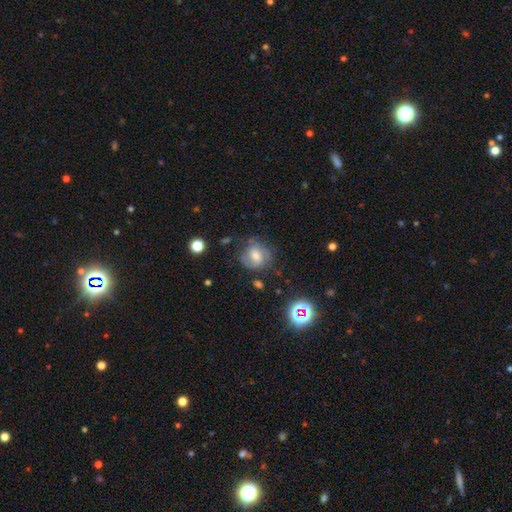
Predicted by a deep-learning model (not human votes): Smooth or featured? Predicted: featured or disk (p=0.62). Edge-on disk? Predicted: no (p=0.97). Bar? Predicted: no (p=0.48). Spiral arms? Predicted: yes (p=0.86). Spiral winding? Predicted: tight (p=0.46). Spiral arm count? Predicted: 2 (p=0.48). Bulge size? Predicted: moderate (p=0.58). Merging? Predicted: none (p=0.64).